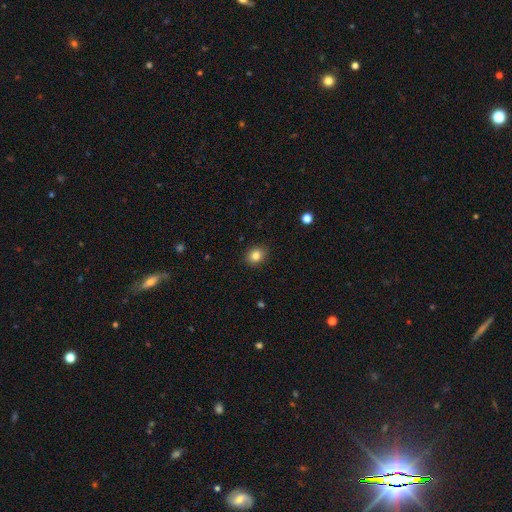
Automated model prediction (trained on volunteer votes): Q: Smooth or featured?
A: smooth (84%); runner-up: star or artifact (10%)
Q: How rounded?
A: round (54%); runner-up: in between (46%)
Q: Merging?
A: none (89%); runner-up: minor disturbance (9%)